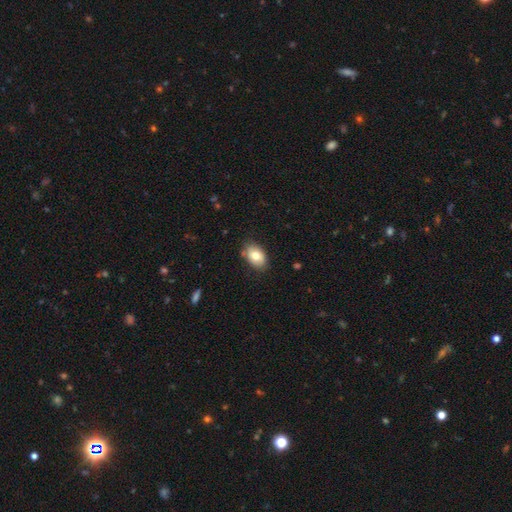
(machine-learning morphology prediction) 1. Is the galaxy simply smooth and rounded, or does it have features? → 76% smooth, 16% featured or disk, 8% star or artifact.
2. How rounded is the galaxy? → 86% in between, 13% round, 1% cigar-shaped.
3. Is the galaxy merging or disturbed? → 81% none, 14% minor disturbance, 3% major disturbance, 2% merger.